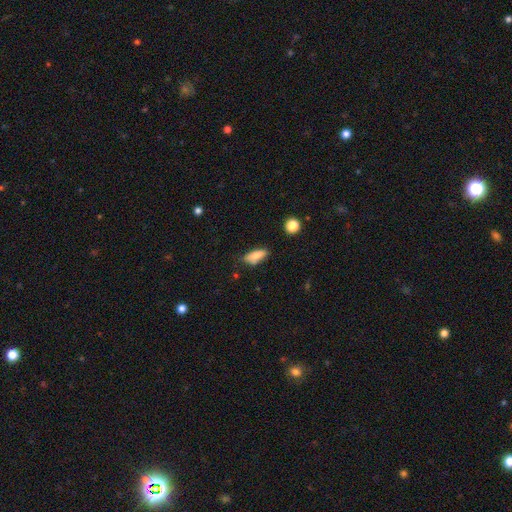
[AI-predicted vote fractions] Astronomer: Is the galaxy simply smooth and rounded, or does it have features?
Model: smooth — 79%.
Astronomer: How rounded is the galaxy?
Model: in between — 76%.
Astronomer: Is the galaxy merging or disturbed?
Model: none — 65%.